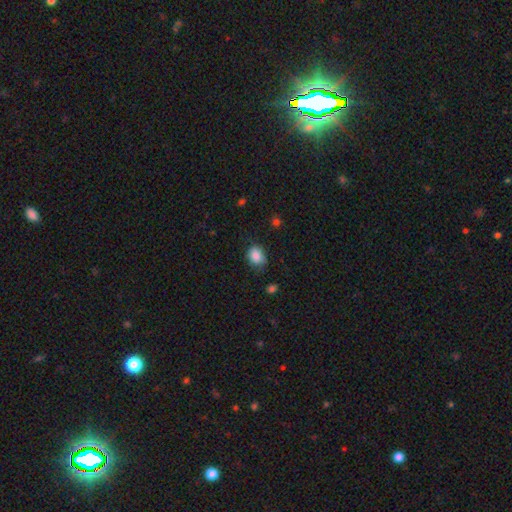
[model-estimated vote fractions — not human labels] Q: Smooth or featured?
A: smooth (86%); runner-up: star or artifact (9%)
Q: How rounded?
A: in between (59%); runner-up: round (41%)
Q: Merging?
A: none (67%); runner-up: minor disturbance (25%)